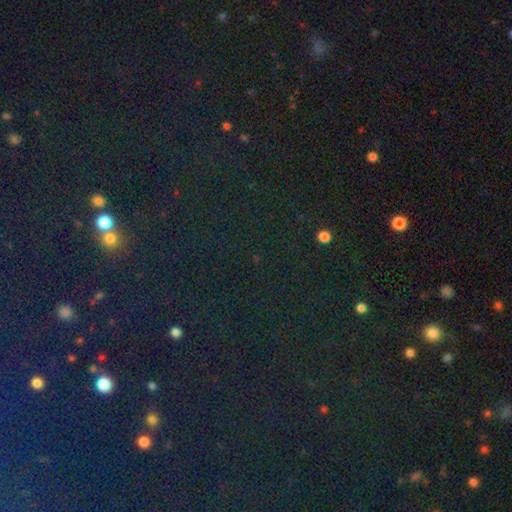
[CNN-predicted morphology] Smooth or featured?
  - star or artifact: 76% *
  - smooth: 15%
  - featured or disk: 9%